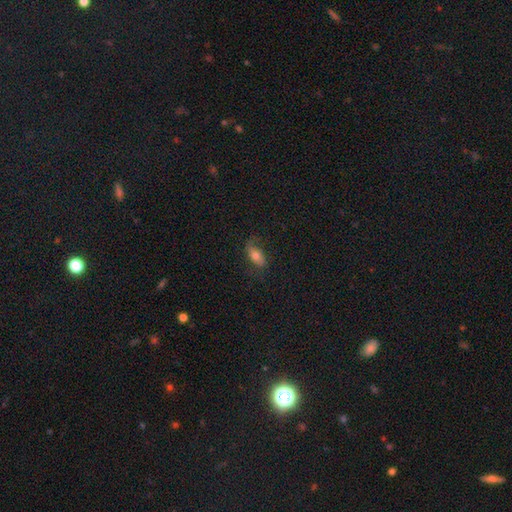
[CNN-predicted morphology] Smooth or featured? Predicted: smooth (p=0.65). How rounded? Predicted: in between (p=0.84). Merging? Predicted: none (p=0.66).